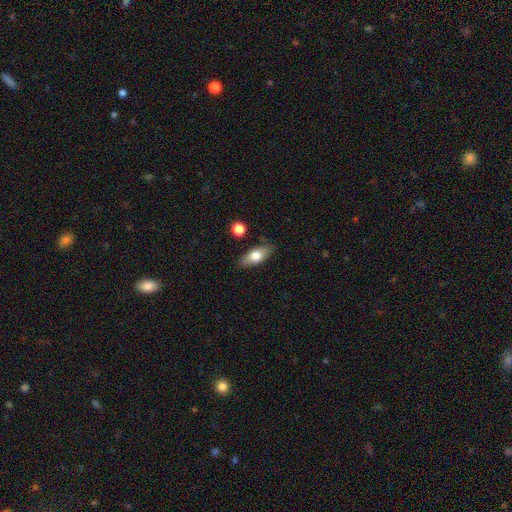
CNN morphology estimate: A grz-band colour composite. It shows a smooth galaxy with no disk features (68%) that is in between round and cigar-shaped (79%). Merging: none (84%).